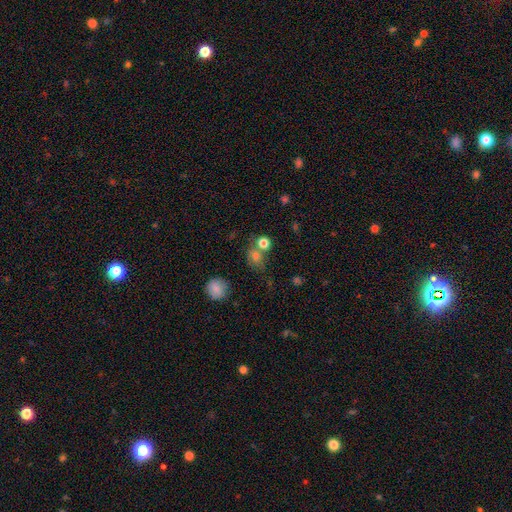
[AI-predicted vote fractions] smooth_or_featured: smooth (p=0.75) [alt: star or artifact p=0.15]
how_rounded: round (p=0.68) [alt: in between p=0.31]
merging: none (p=0.50) [alt: merger p=0.33]